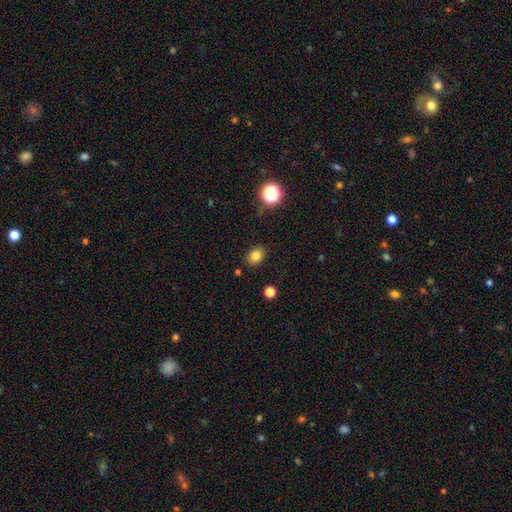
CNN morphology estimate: smooth-or-featured: smooth: 81% | star or artifact: 12% | featured or disk: 7%
  how-rounded: in between: 63% | round: 36% | cigar-shaped: 1%
  merging: none: 86% | minor disturbance: 10% | major disturbance: 3% | merger: 2%